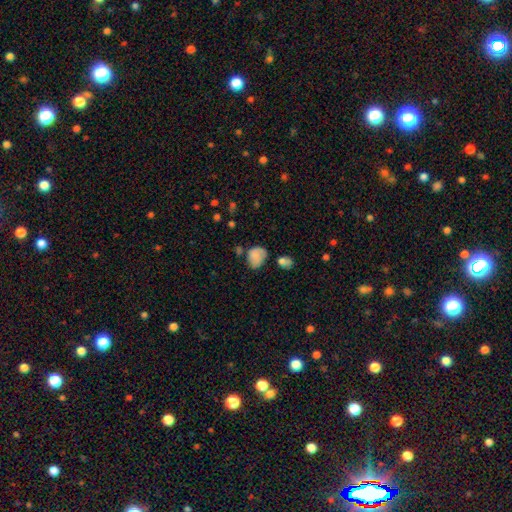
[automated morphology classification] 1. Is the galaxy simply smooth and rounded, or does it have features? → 76% smooth, 15% featured or disk, 9% star or artifact.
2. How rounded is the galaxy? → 53% in between, 46% round, 1% cigar-shaped.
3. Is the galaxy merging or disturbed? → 48% none, 32% minor disturbance, 12% major disturbance, 8% merger.